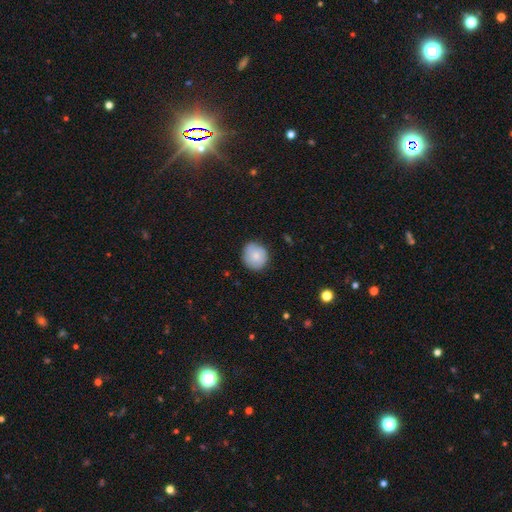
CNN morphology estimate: Smooth or featured? smooth (80%)
How rounded? round (87%)
Merging? none (83%)